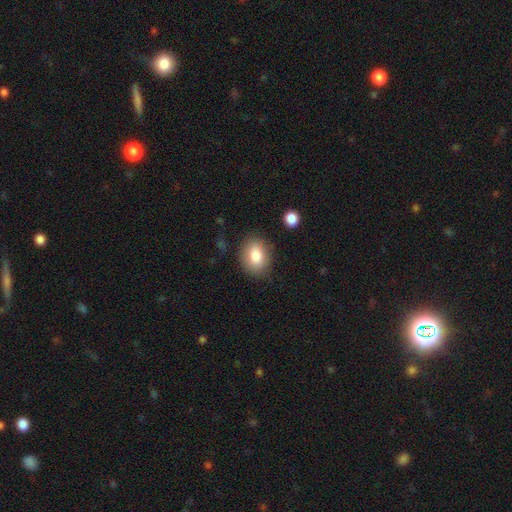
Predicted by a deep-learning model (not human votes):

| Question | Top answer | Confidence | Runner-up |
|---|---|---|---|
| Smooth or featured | smooth | 82% | featured or disk (10%) |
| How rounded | in between | 58% | round (41%) |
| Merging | none | 83% | minor disturbance (12%) |